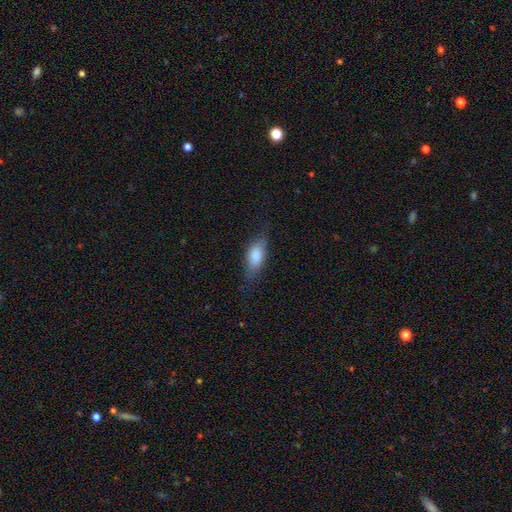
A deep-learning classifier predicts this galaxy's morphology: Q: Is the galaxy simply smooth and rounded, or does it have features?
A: smooth — 81%.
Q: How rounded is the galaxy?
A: in between — 82%.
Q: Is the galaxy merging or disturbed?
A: none — 70%.